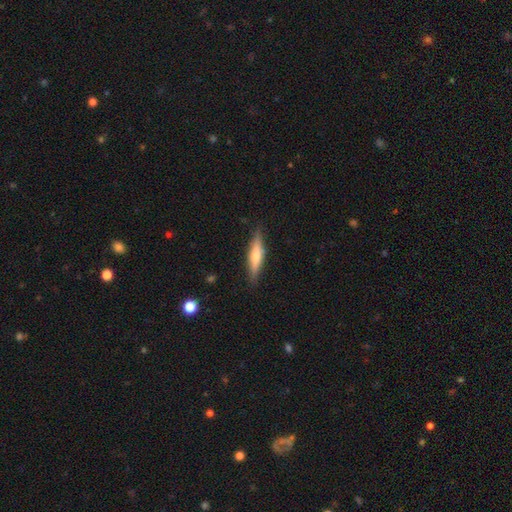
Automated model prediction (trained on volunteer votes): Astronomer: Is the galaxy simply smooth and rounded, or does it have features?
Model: featured or disk — 51% (runner-up: smooth, 43%).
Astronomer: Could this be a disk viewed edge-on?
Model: yes — 94%.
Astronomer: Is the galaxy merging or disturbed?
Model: none — 88%.